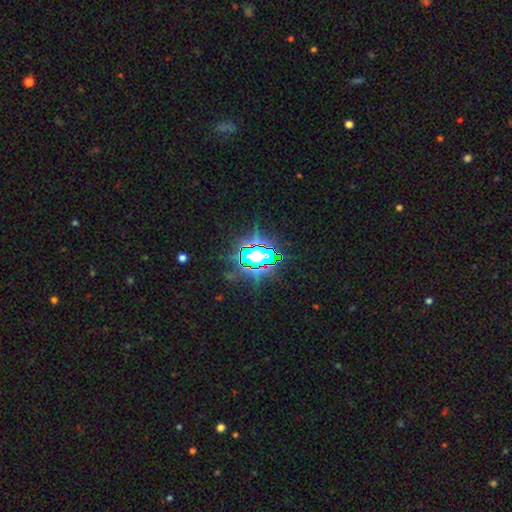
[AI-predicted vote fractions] A star or artifact, not a galaxy (78%).

Vote fractions:
- Smooth or featured? star or artifact: 78% / featured or disk: 11% / smooth: 11%